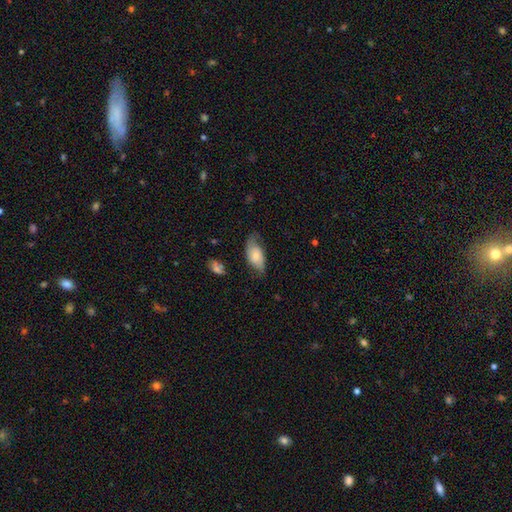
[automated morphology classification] The model was most divided on "smooth or featured": smooth: 56%, featured or disk: 37%, star or artifact: 7%. More confident: how rounded — in between (92%); merging — none (55%).